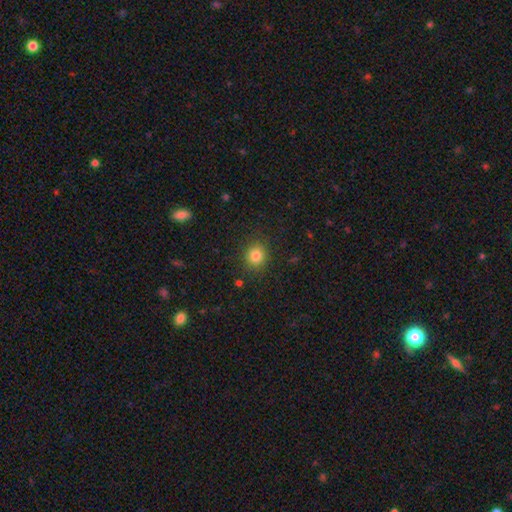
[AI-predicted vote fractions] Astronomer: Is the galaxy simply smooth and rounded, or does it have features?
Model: smooth — 83%.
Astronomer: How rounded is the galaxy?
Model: round — 82%.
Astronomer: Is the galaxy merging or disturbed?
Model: none — 89%.